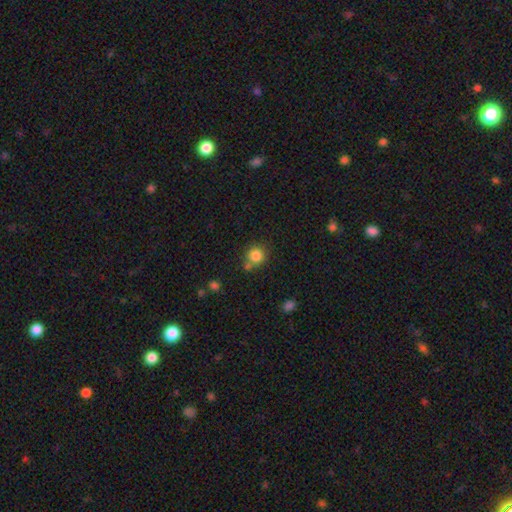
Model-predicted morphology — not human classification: A smooth galaxy with no disk features (83%) that is round (89%). Merging: none (68%).